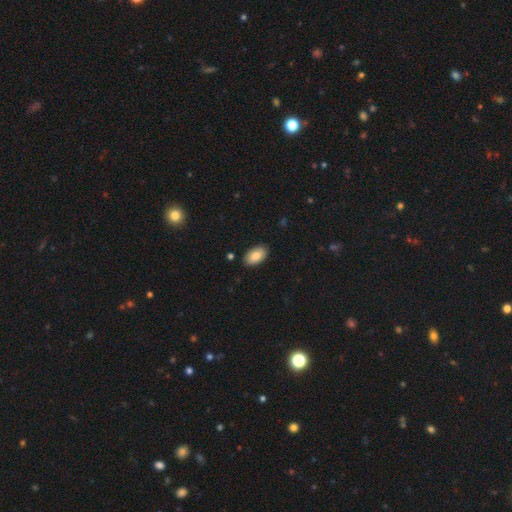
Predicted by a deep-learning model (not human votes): Q: Smooth or featured?
A: smooth (82%); runner-up: featured or disk (11%)
Q: How rounded?
A: in between (94%); runner-up: round (4%)
Q: Merging?
A: none (87%); runner-up: minor disturbance (10%)